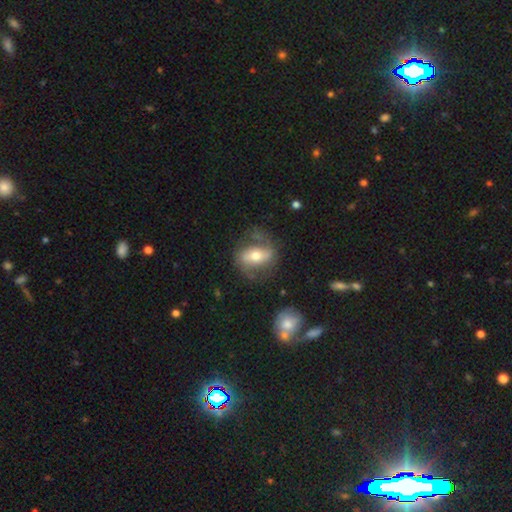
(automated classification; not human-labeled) Smooth or featured? Predicted: featured or disk (p=0.68). Edge-on disk? Predicted: no (p=0.92). Bar? Predicted: strong (p=0.45). Spiral arms? Predicted: yes (p=0.76). Bulge size? Predicted: moderate (p=0.67). Merging? Predicted: none (p=0.63).